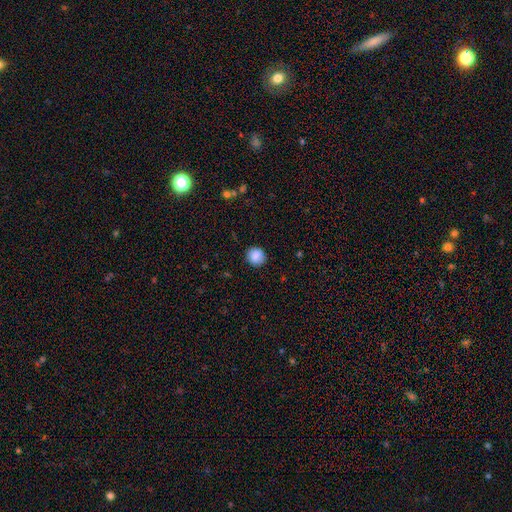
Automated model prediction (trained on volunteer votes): Smooth or featured? Predicted: smooth (p=0.86). How rounded? Predicted: round (p=0.89). Merging? Predicted: none (p=0.85).